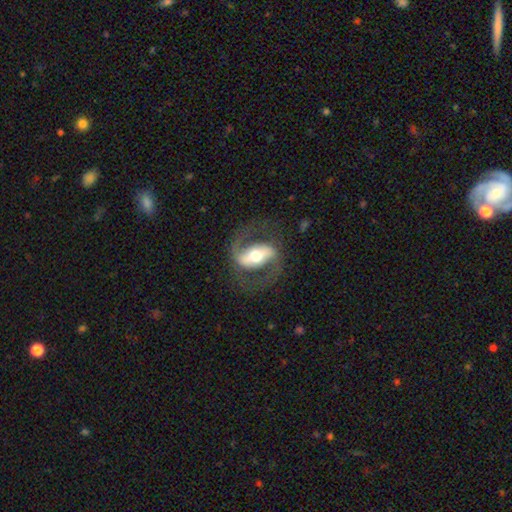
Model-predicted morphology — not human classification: Smooth or featured? Predicted: featured or disk (p=0.83). Edge-on disk? Predicted: no (p=0.94). Bar? Predicted: strong (p=0.62). Spiral arms? Predicted: yes (p=0.88). Spiral winding? Predicted: medium (p=0.53). Spiral arm count? Predicted: 2 (p=0.90). Bulge size? Predicted: moderate (p=0.65). Merging? Predicted: none (p=0.74).